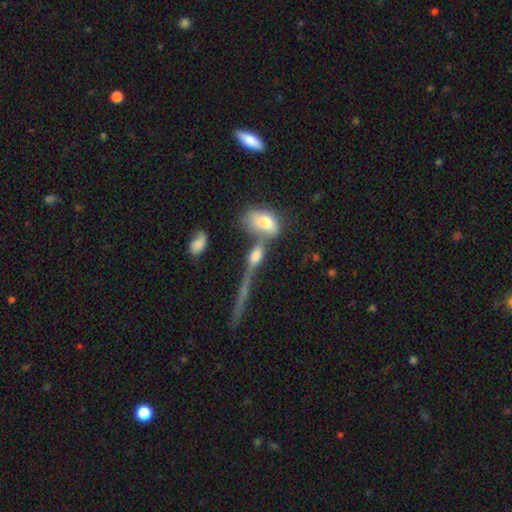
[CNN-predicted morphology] The model was most divided on "smooth or featured": smooth: 56%, featured or disk: 31%, star or artifact: 13%. More confident: how rounded — in between (70%); merging — merger (52%).